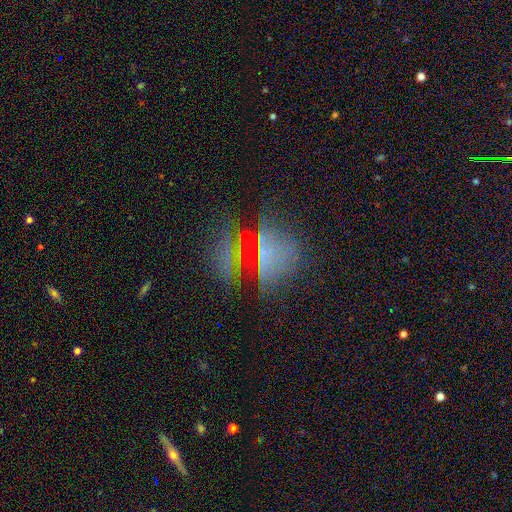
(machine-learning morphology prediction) Q: Smooth or featured?
A: star or artifact (51%); runner-up: smooth (30%)